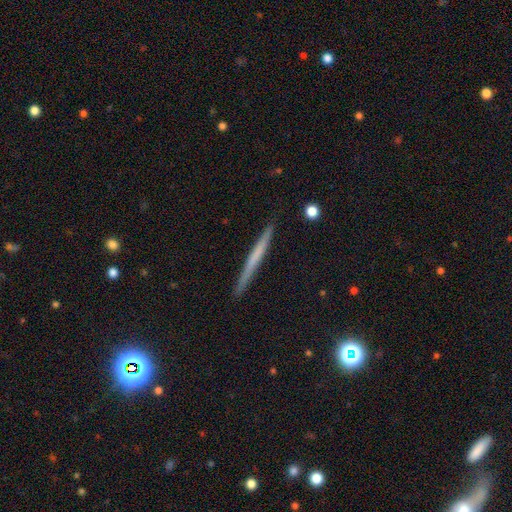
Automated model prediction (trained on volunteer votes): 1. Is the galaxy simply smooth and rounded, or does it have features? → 49% smooth, 44% featured or disk, 7% star or artifact.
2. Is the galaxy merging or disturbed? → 91% none, 7% minor disturbance, 1% major disturbance, 1% merger.